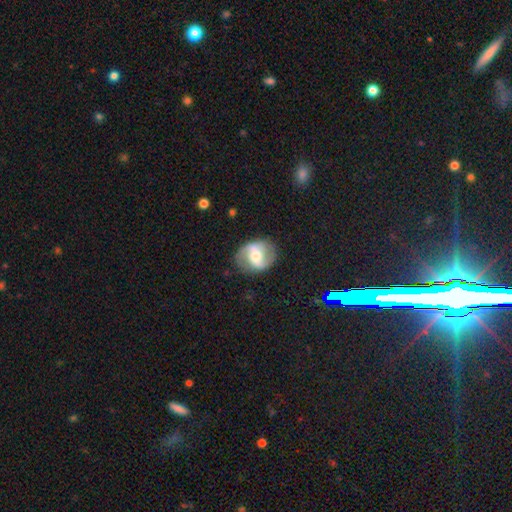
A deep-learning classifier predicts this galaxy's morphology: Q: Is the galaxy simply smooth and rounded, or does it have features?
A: featured or disk — 76%.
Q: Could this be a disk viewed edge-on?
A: no — 97%.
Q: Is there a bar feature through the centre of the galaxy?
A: weak — 43%.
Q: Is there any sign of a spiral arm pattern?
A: yes — 88%.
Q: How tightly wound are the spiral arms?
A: loose — 42%, tied with medium.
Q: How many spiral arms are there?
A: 2 — 89%.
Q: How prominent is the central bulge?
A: moderate — 61%.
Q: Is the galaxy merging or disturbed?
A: none — 80%.